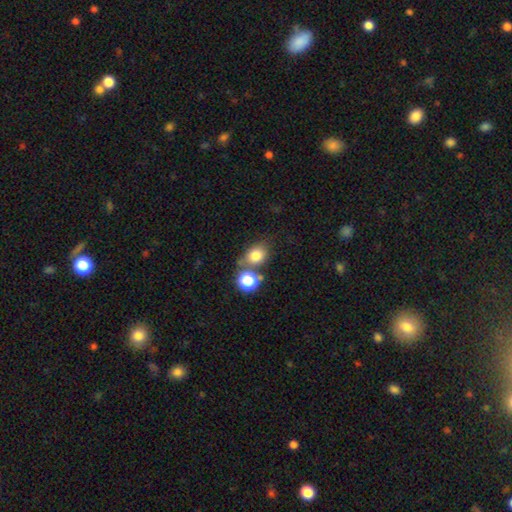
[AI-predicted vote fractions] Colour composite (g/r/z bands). It shows a smooth galaxy with no disk features (78%) that is round (59%). Merging: none (55%).